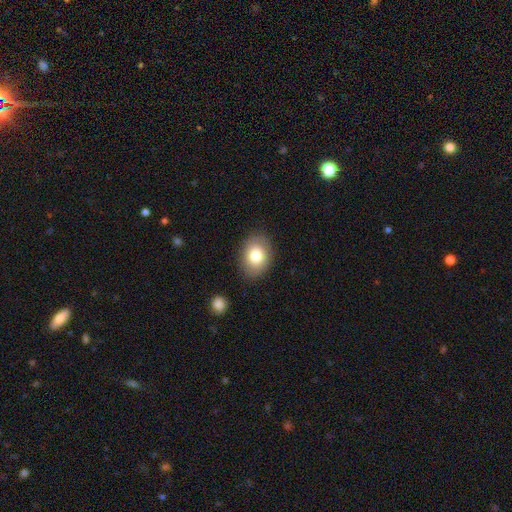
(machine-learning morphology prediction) smooth 79%, featured or disk 12%, star or artifact 9%. Down the decision tree: how rounded — in between (67%); merging — none (85%).